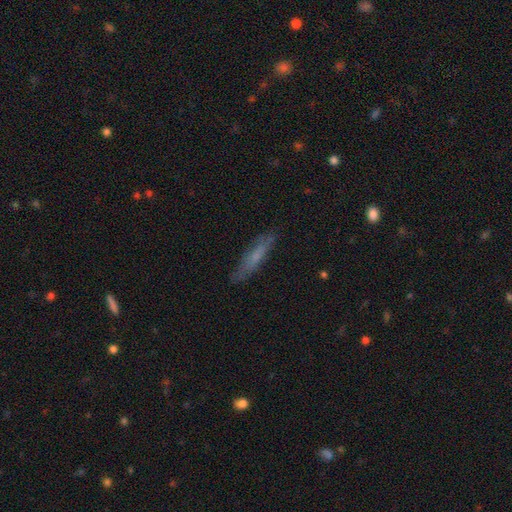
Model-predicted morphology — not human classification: This appears to be a smooth galaxy with no disk features (57%) that is cigar-shaped (86%). Merging: none (82%).